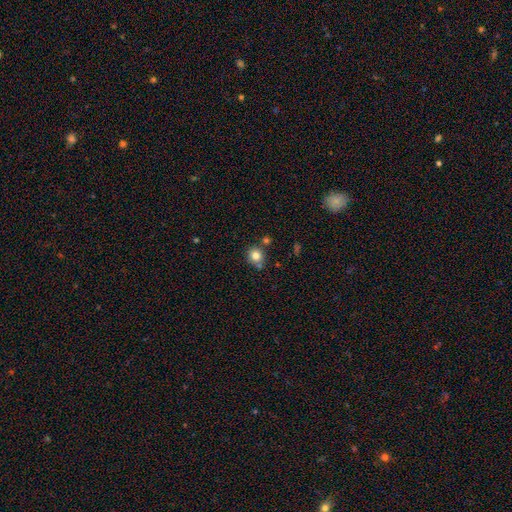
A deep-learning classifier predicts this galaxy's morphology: Smooth or featured?
  - smooth: 80% *
  - star or artifact: 12%
  - featured or disk: 8%
How rounded?
  - round: 87% *
  - in between: 12%
  - cigar-shaped: 1%
Merging?
  - none: 74% *
  - minor disturbance: 12%
  - merger: 12%
  - major disturbance: 3%